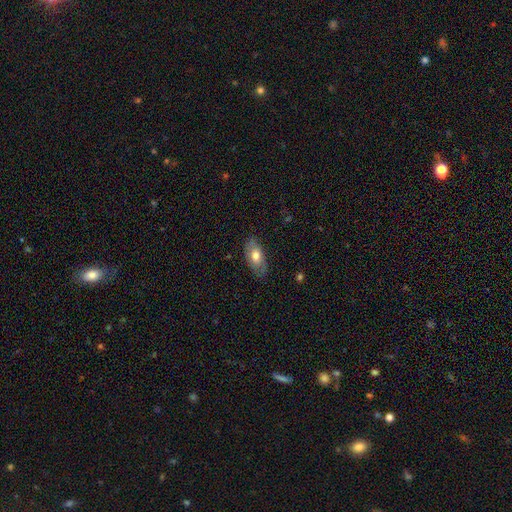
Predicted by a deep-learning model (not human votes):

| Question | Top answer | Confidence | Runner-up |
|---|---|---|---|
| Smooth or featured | smooth | 65% | featured or disk (29%) |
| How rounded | in between | 91% | cigar-shaped (5%) |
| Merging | none | 79% | minor disturbance (17%) |